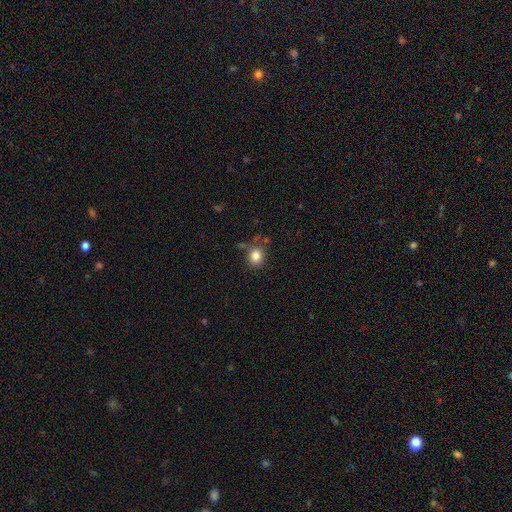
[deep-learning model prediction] smooth_or_featured: smooth (p=0.83) [alt: star or artifact p=0.11]
how_rounded: round (p=0.76) [alt: in between p=0.23]
merging: none (p=0.73) [alt: minor disturbance p=0.15]